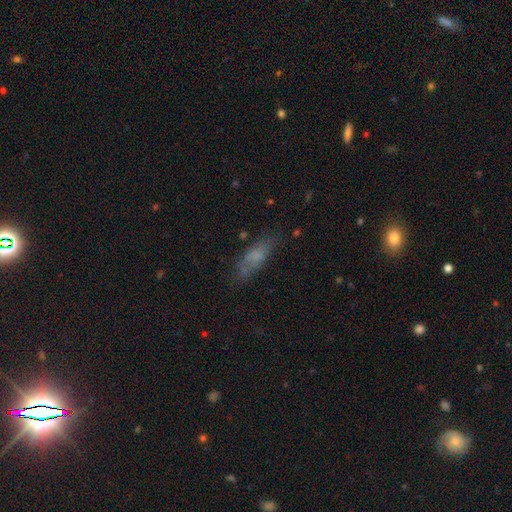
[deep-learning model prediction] smooth 63%, featured or disk 25%, star or artifact 12%. Down the decision tree: how rounded — in between (55%); merging — none (58%).